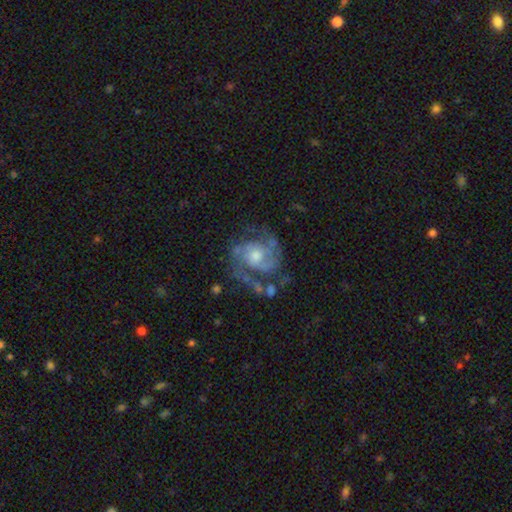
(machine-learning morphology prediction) smooth_or_featured: featured or disk (p=0.86) [alt: smooth p=0.08]
disk_edge_on: no (p=0.98) [alt: yes p=0.02]
bar: no (p=0.69) [alt: weak p=0.26]
has_spiral_arms: yes (p=0.94) [alt: no p=0.06]
spiral_winding: medium (p=0.49) [alt: tight p=0.34]
spiral_arm_count: 2 (p=0.69) [alt: can't tell p=0.11]
bulge_size: moderate (p=0.56) [alt: small p=0.34]
merging: none (p=0.58) [alt: minor disturbance p=0.20]